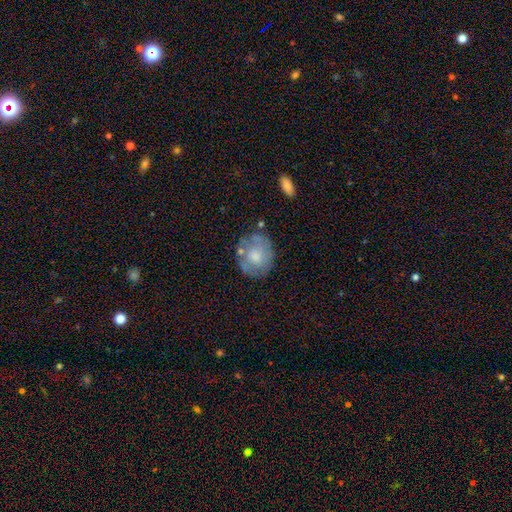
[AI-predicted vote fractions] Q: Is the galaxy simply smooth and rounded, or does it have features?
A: smooth — 59%.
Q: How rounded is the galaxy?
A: round — 73%.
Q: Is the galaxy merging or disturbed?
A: none — 65%.